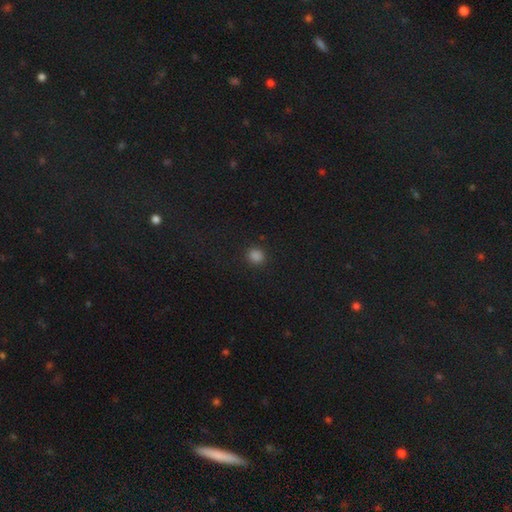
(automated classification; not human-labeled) Smooth or featured? smooth (83%)
How rounded? round (84%)
Merging? none (90%)